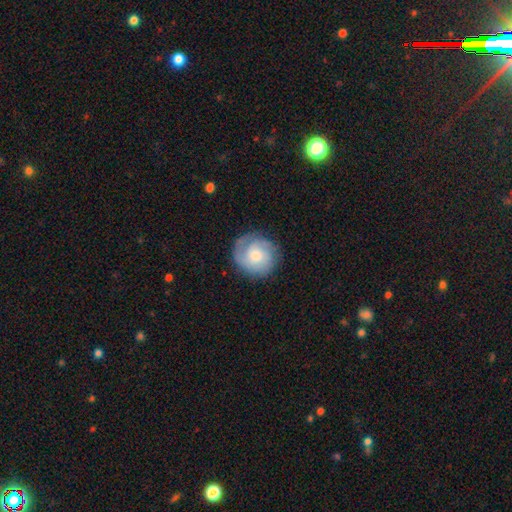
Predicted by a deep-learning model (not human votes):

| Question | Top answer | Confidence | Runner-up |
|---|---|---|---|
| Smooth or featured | featured or disk | 51% | smooth (42%) |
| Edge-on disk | no | 98% | yes (2%) |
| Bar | no | 76% | weak (22%) |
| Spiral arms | yes | 86% | no (14%) |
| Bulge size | moderate | 51% | small (31%) |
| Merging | none | 77% | minor disturbance (15%) |